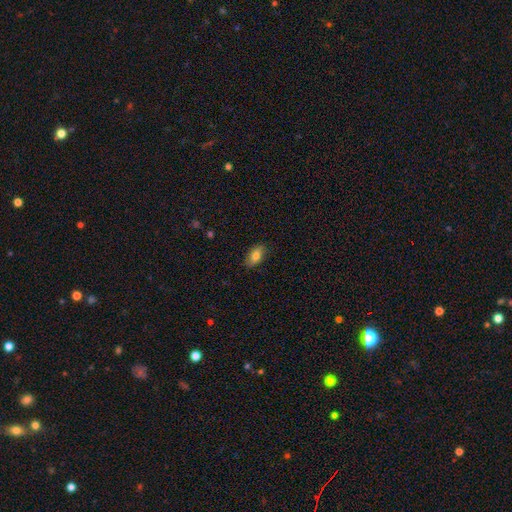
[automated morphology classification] smooth_or_featured: smooth (p=0.79) [alt: featured or disk p=0.13]
how_rounded: in between (p=0.89) [alt: cigar-shaped p=0.06]
merging: none (p=0.83) [alt: minor disturbance p=0.13]